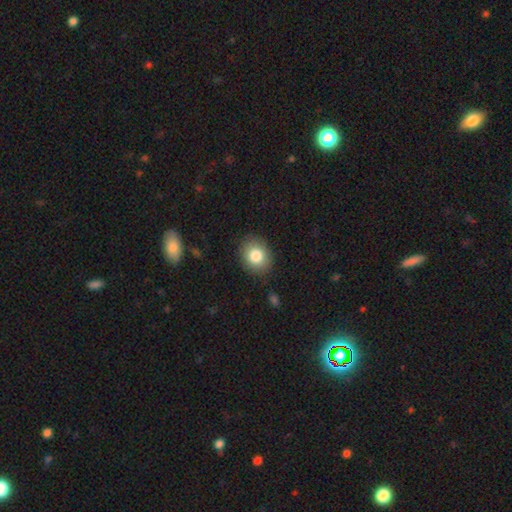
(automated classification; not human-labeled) Smooth or featured?
  - smooth: 83% *
  - star or artifact: 9%
  - featured or disk: 9%
How rounded?
  - round: 54% *
  - in between: 45%
  - cigar-shaped: 1%
Merging?
  - none: 87% *
  - minor disturbance: 9%
  - major disturbance: 2%
  - merger: 1%